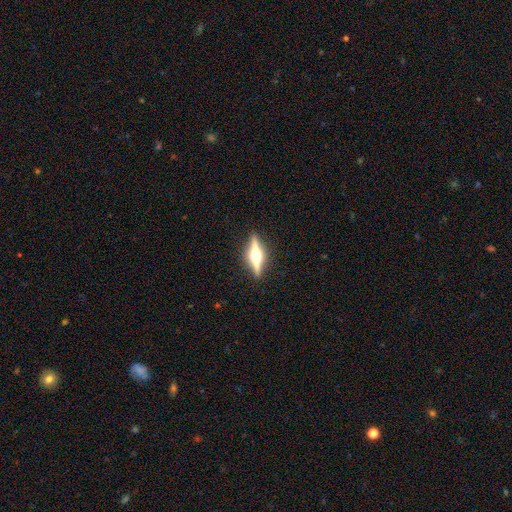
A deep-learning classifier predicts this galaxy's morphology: Q: Smooth or featured?
A: featured or disk (80%); runner-up: smooth (14%)
Q: Edge-on disk?
A: yes (98%); runner-up: no (2%)
Q: Edge-on bulge?
A: rounded (96%); runner-up: boxy (3%)
Q: Merging?
A: none (91%); runner-up: minor disturbance (7%)